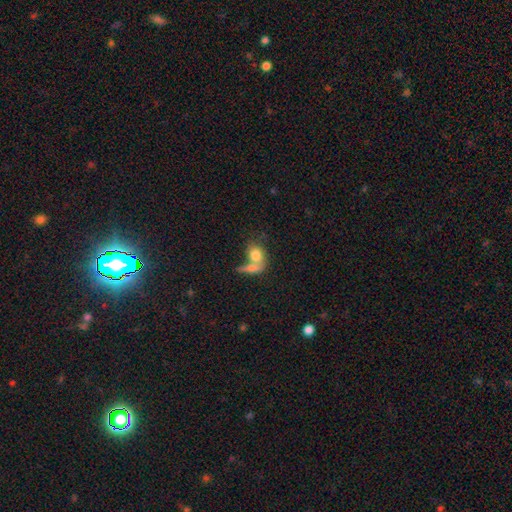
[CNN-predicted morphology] A smooth galaxy with no disk features (75%) that is in between round and cigar-shaped (58%).

Vote fractions:
- Smooth or featured? smooth: 75% / featured or disk: 18% / star or artifact: 8%
- How rounded? in between: 58% / round: 37% / cigar-shaped: 5%
- Merging? merger: 58% / none: 25% / minor disturbance: 8% / major disturbance: 8%